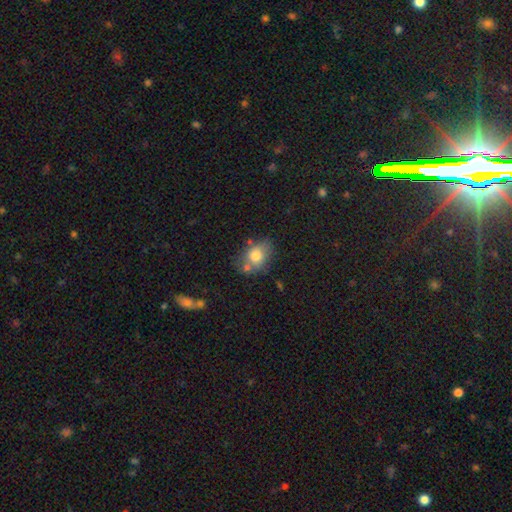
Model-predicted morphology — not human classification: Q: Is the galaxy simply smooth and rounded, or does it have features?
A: smooth — 74%.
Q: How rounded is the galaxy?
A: in between — 59%.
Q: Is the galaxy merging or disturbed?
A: none — 57%.